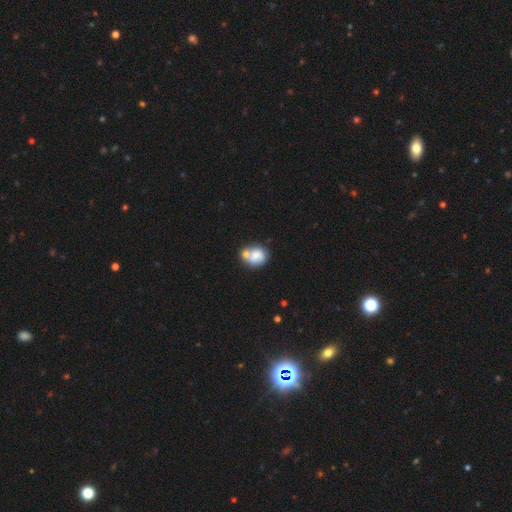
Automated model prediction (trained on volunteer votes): This is likely a smooth galaxy (70%). How rounded: possibly round (59%). Merging: possibly merger (48%).